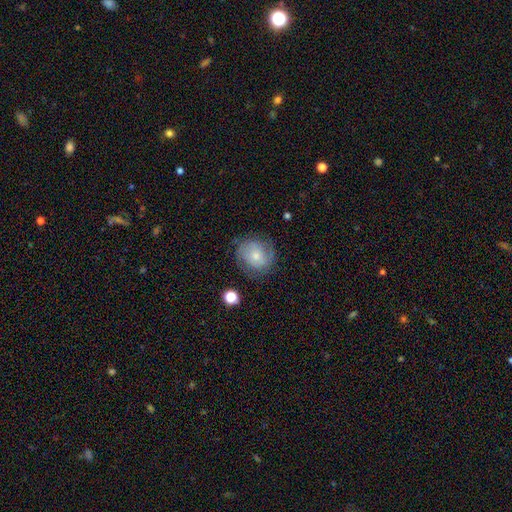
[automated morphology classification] Smooth or featured: smooth — 51% (featured or disk — 41%)
How rounded: round — 80% (in between — 19%)
Merging: none — 71% (minor disturbance — 19%)